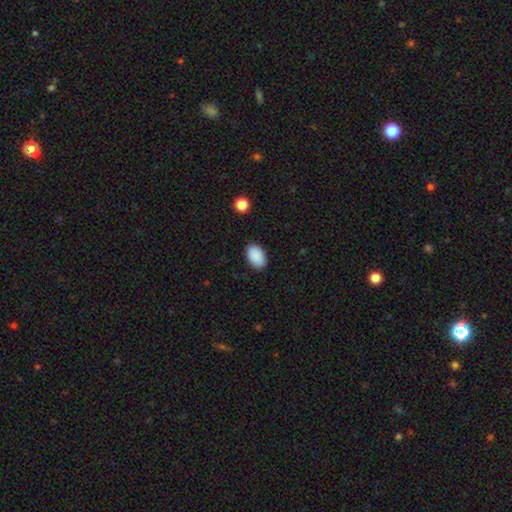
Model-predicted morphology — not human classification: The model was most divided on "merging": none: 88%, minor disturbance: 9%, major disturbance: 2%, merger: 1%. More confident: how rounded — in between (91%); smooth or featured — smooth (90%).